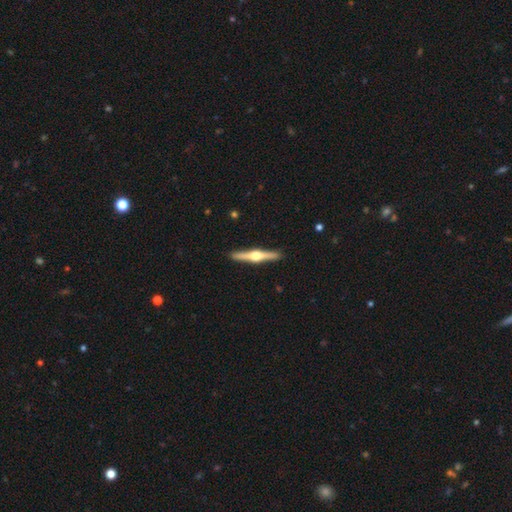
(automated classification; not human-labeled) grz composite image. It shows a featured or disk galaxy (78%) viewed edge-on (98%) with a rounded central bulge (96%). Merging: none (92%).